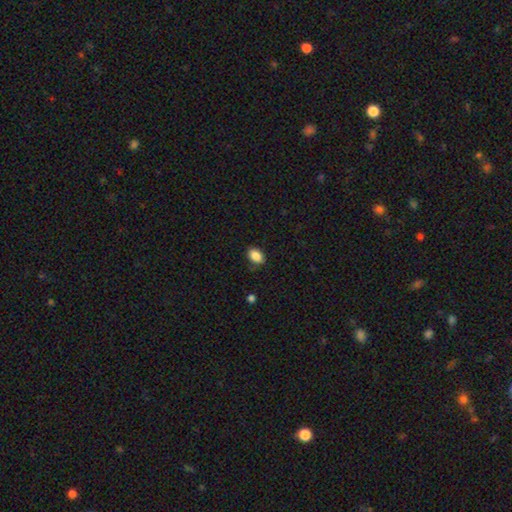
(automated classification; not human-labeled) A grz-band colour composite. It shows a smooth galaxy with no disk features (88%) that is in between round and cigar-shaped (86%). Merging: none (85%).